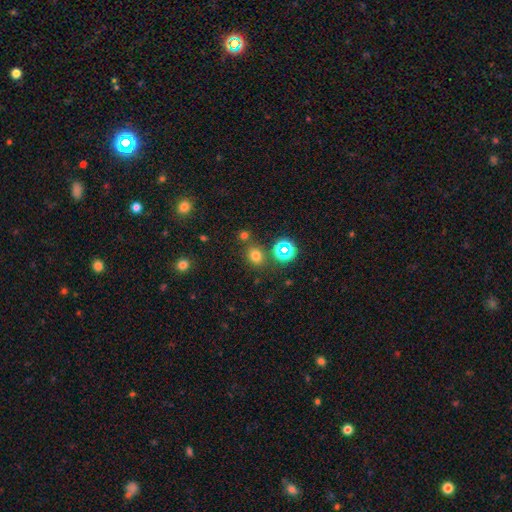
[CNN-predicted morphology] Overall: smooth (70%). How rounded: round (64%; in between 35%). Merging: none (76%).